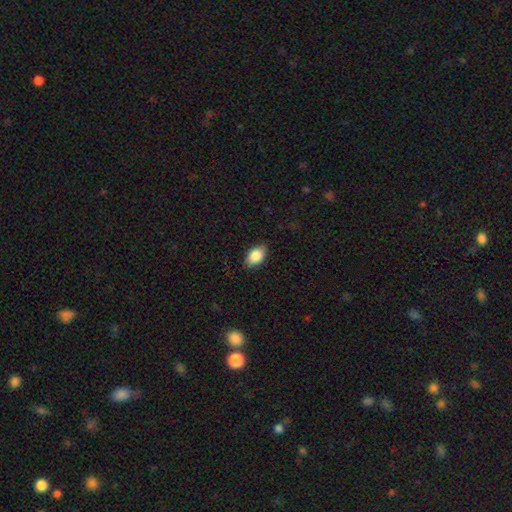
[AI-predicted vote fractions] Overall: smooth (85%). How rounded: in between (88%). Merging: none (81%).